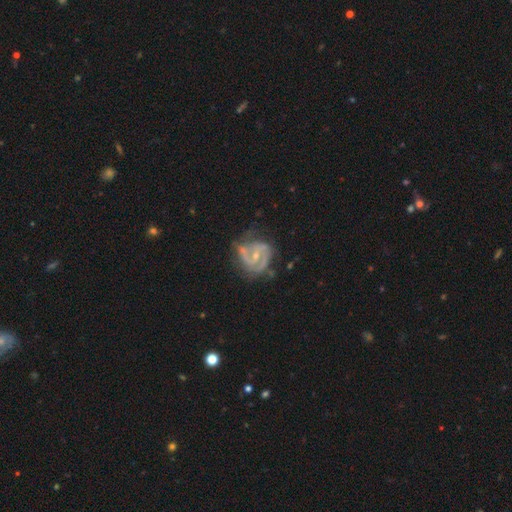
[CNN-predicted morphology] featured or disk 86%, smooth 9%, star or artifact 5%. Down the decision tree: edge-on disk — no (98%); bar — weak (48%); spiral arms — yes (93%); spiral arm count — 2 (67%); spiral winding — medium (44%, tied with tight); bulge size — small (59%); merging — none (53%).